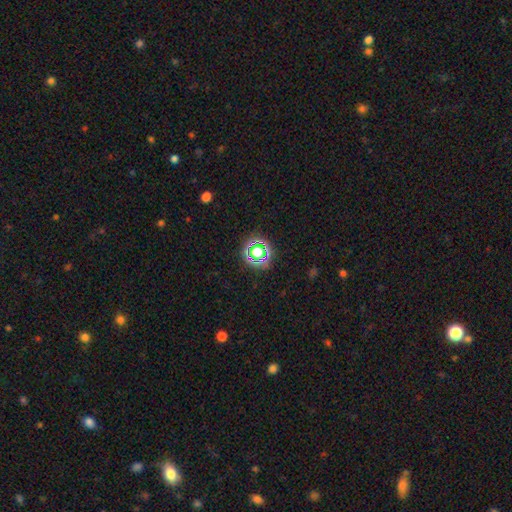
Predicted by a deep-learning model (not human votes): Q: Smooth or featured?
A: star or artifact (48%); runner-up: smooth (41%)